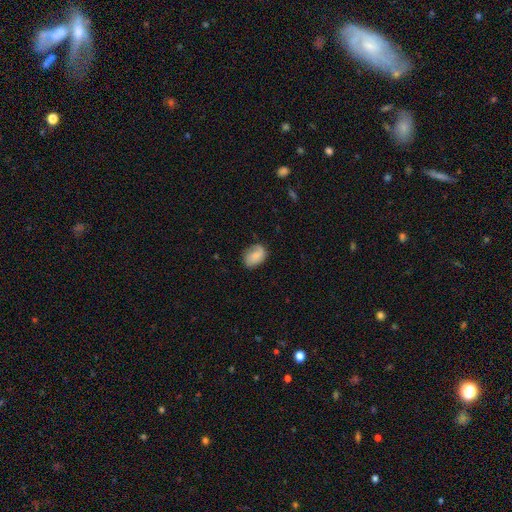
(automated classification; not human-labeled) This appears to be a smooth galaxy with no disk features (56%) that is in between round and cigar-shaped (74%). Merging: none (66%).